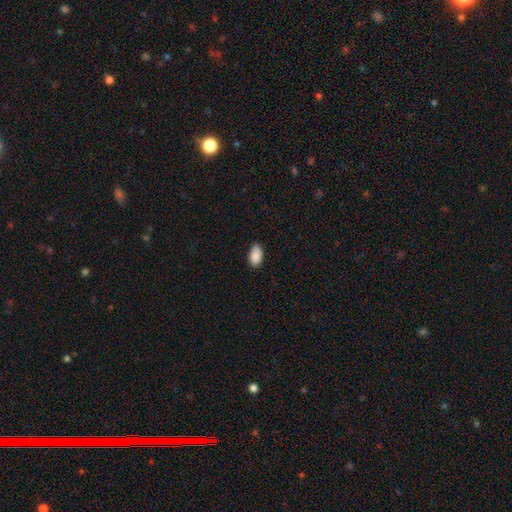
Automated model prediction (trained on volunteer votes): smooth 89%, star or artifact 7%, featured or disk 4%. Down the decision tree: how rounded — in between (93%); merging — none (79%).